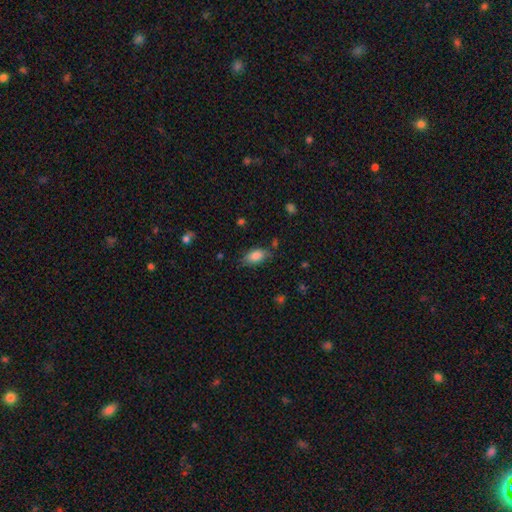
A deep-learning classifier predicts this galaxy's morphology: Smooth or featured? smooth (85%)
How rounded? in between (91%)
Merging? none (68%)